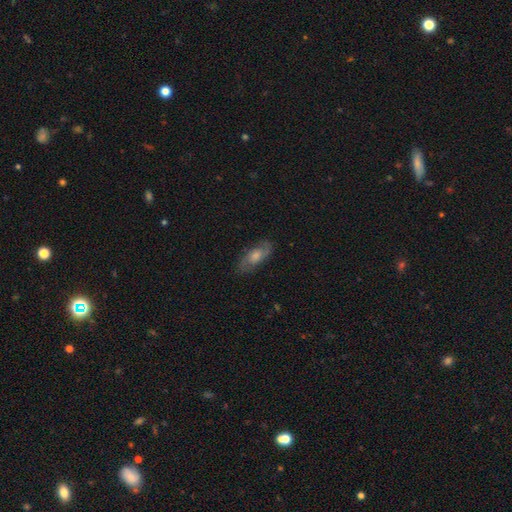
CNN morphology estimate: Smooth or featured?
  - featured or disk: 48% *
  - smooth: 45%
  - star or artifact: 7%
Merging?
  - none: 79% *
  - minor disturbance: 15%
  - major disturbance: 5%
  - merger: 1%